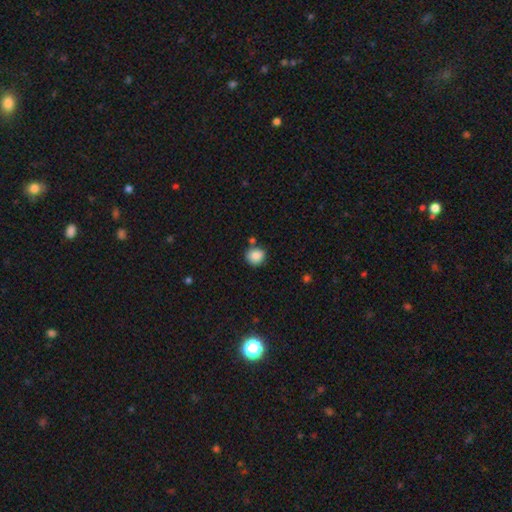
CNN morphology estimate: Smooth or featured?
  - smooth: 86% *
  - star or artifact: 9%
  - featured or disk: 4%
How rounded?
  - round: 87% *
  - in between: 12%
  - cigar-shaped: 1%
Merging?
  - none: 76% *
  - minor disturbance: 12%
  - merger: 9%
  - major disturbance: 3%